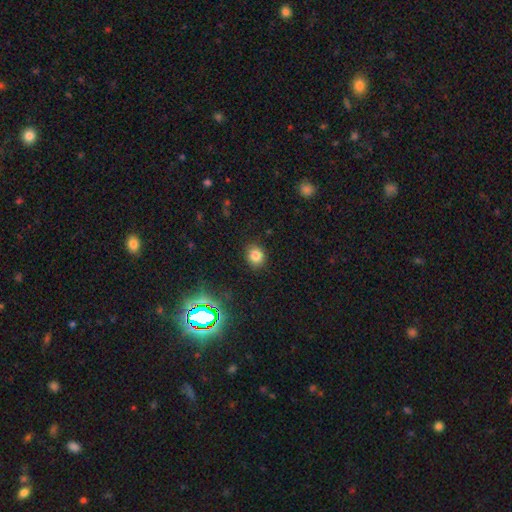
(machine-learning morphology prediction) Smooth or featured: smooth — 80% (star or artifact — 14%)
How rounded: round — 71% (in between — 28%)
Merging: none — 88% (minor disturbance — 8%)